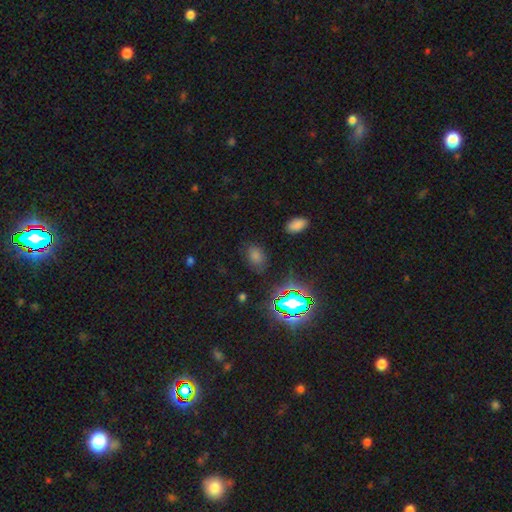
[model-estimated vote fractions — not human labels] A smooth galaxy with no disk features (47%).

Vote fractions:
- Smooth or featured? smooth: 47% / star or artifact: 45% / featured or disk: 8%
- Merging? none: 81% / minor disturbance: 12% / major disturbance: 5% / merger: 3%